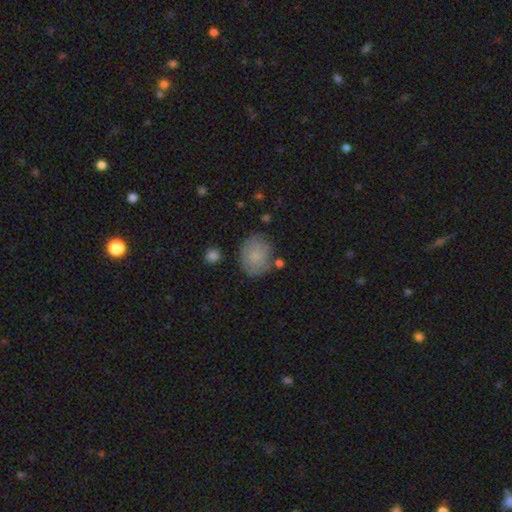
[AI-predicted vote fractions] Smooth or featured? Predicted: smooth (p=0.78). How rounded? Predicted: round (p=0.57). Merging? Predicted: none (p=0.72).